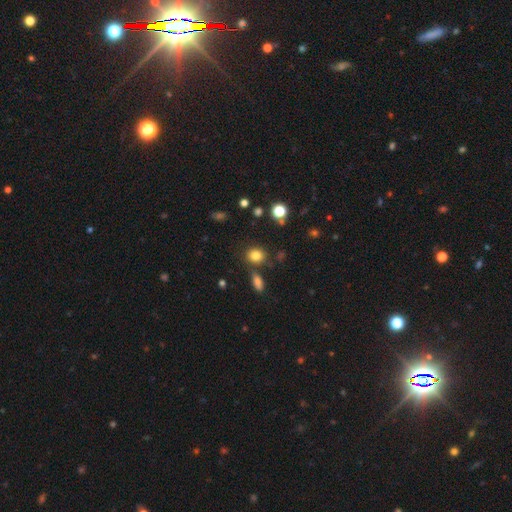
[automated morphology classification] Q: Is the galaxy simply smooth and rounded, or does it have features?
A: smooth — 82%.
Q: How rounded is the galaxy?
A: round — 71%.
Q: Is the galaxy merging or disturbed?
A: none — 78%.